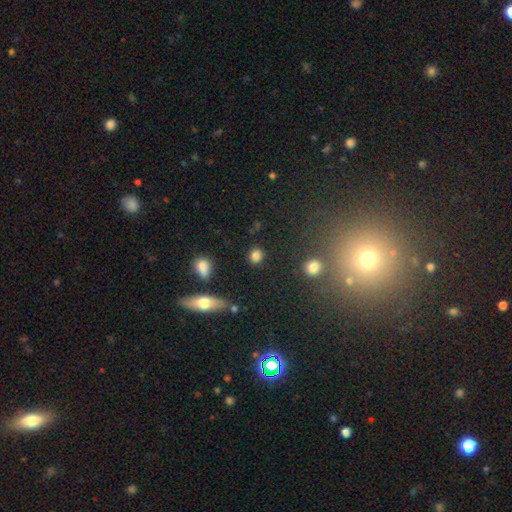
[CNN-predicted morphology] Q: Smooth or featured?
A: smooth (84%); runner-up: star or artifact (11%)
Q: How rounded?
A: round (79%); runner-up: in between (20%)
Q: Merging?
A: none (85%); runner-up: minor disturbance (9%)